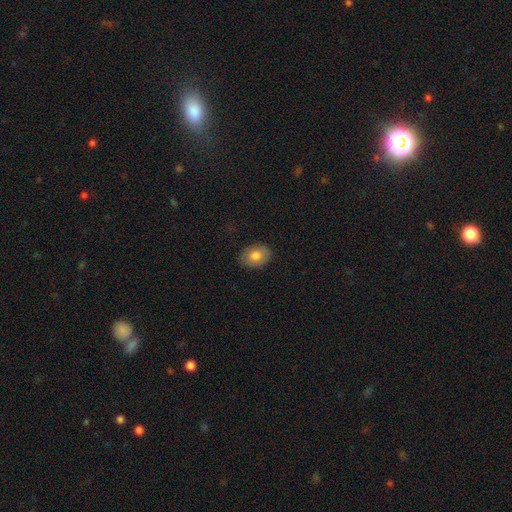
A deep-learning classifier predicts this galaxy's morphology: type=smooth (79%); roundness=in between (68%); merging=none (85%).